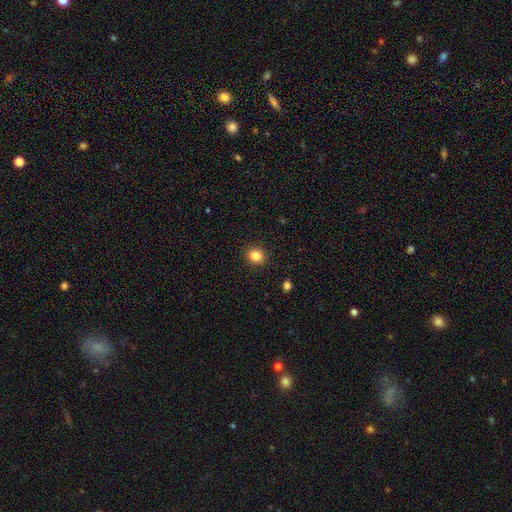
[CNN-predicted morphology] Smooth or featured? smooth (83%)
How rounded? round (82%)
Merging? none (91%)